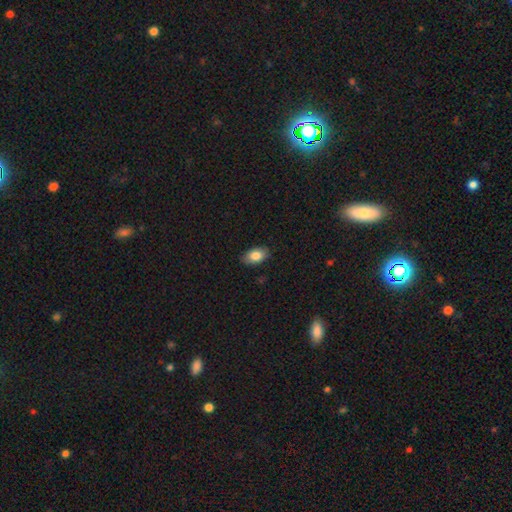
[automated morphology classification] This appears to be a smooth galaxy with no disk features (83%) that is in between round and cigar-shaped (92%). Merging: none (86%).